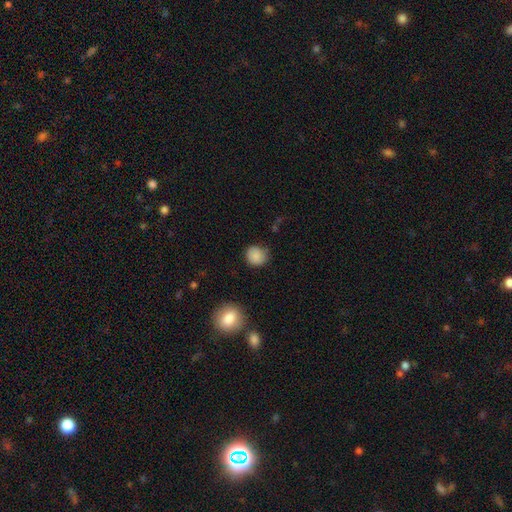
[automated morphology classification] smooth 87%, star or artifact 8%, featured or disk 5%. Down the decision tree: how rounded — round (88%); merging — none (77%).